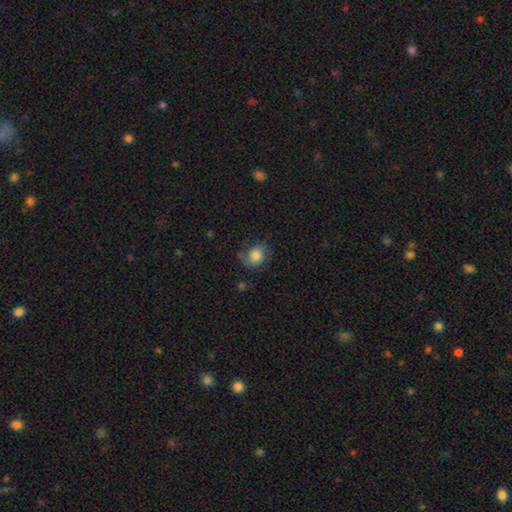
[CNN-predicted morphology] A smooth galaxy with no disk features (77%) that is round (60%).

Vote fractions:
- Smooth or featured? smooth: 77% / featured or disk: 14% / star or artifact: 9%
- How rounded? round: 60% / in between: 39% / cigar-shaped: 1%
- Merging? none: 67% / minor disturbance: 23% / major disturbance: 8% / merger: 3%